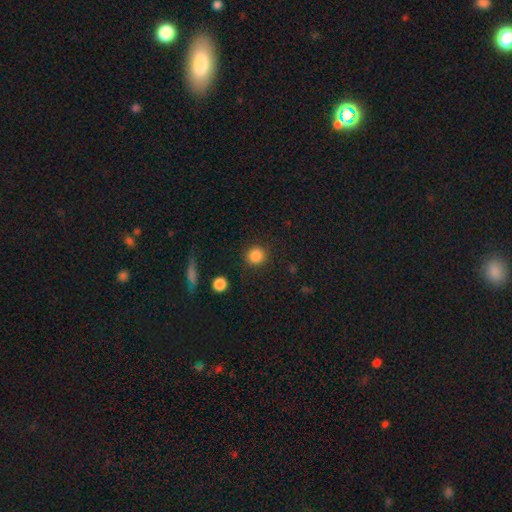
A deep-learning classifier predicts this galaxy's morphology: A smooth galaxy with no disk features (86%) that is round (91%).

Vote fractions:
- Smooth or featured? smooth: 86% / star or artifact: 10% / featured or disk: 4%
- How rounded? round: 91% / in between: 8% / cigar-shaped: 1%
- Merging? none: 88% / minor disturbance: 7% / major disturbance: 3% / merger: 2%